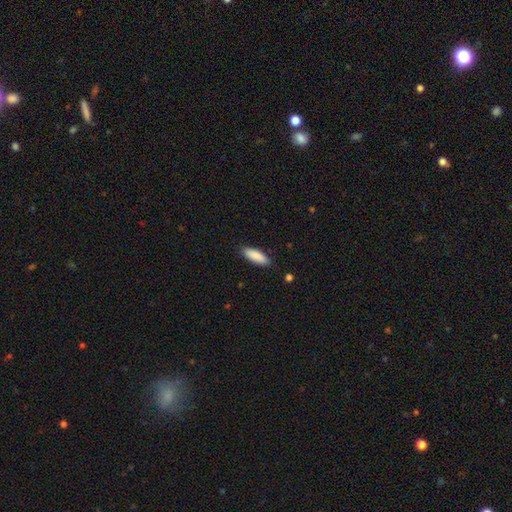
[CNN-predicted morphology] smooth 89%, star or artifact 6%, featured or disk 5%. Down the decision tree: how rounded — in between (59%); merging — none (87%).